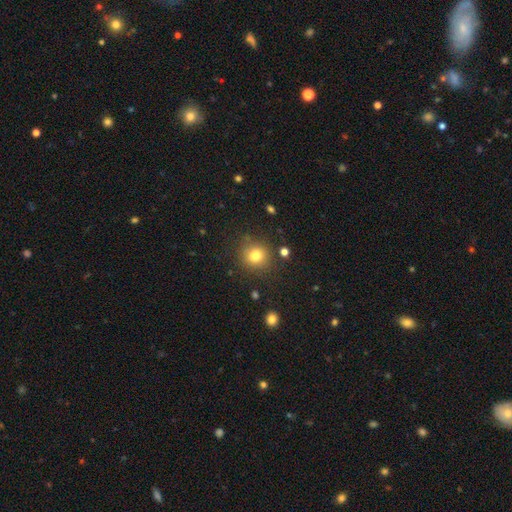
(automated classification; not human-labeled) Smooth or featured?
  - smooth: 79% *
  - star or artifact: 14%
  - featured or disk: 8%
How rounded?
  - round: 89% *
  - in between: 10%
  - cigar-shaped: 1%
Merging?
  - none: 84% *
  - minor disturbance: 10%
  - major disturbance: 4%
  - merger: 3%